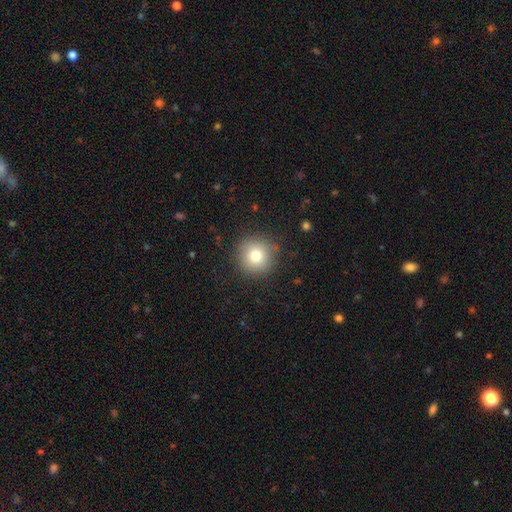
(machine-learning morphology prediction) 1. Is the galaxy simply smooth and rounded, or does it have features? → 78% smooth, 11% star or artifact, 10% featured or disk.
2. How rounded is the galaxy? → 94% round, 5% in between, 1% cigar-shaped.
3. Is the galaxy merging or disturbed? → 88% none, 8% minor disturbance, 3% major disturbance, 1% merger.